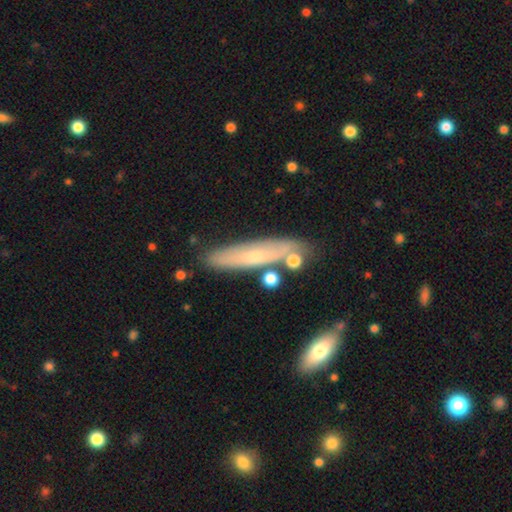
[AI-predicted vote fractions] Smooth or featured: smooth — 51% (featured or disk — 41%)
How rounded: cigar-shaped — 81% (in between — 17%)
Merging: none — 76% (minor disturbance — 15%)